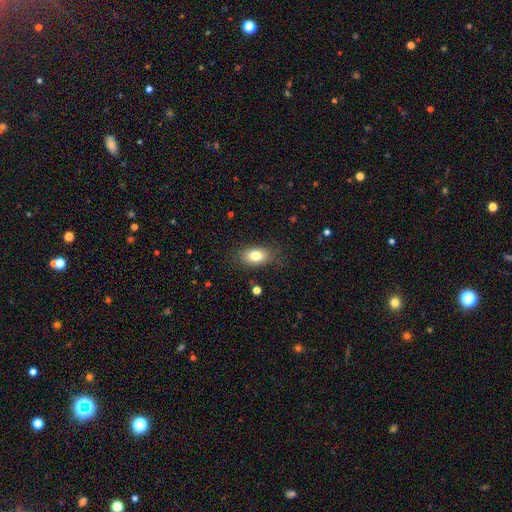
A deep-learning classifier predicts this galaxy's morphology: A smooth galaxy with no disk features (80%) that is in between round and cigar-shaped (86%).

Vote fractions:
- Smooth or featured? smooth: 80% / featured or disk: 11% / star or artifact: 9%
- How rounded? in between: 86% / round: 12% / cigar-shaped: 2%
- Merging? none: 81% / minor disturbance: 14% / major disturbance: 4% / merger: 1%